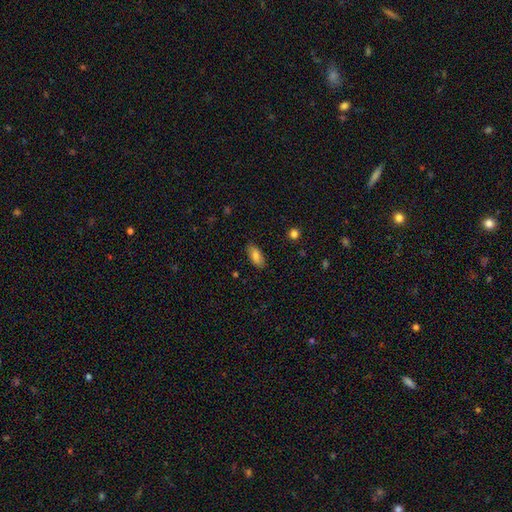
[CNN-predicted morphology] Overall: smooth (79%). How rounded: in between (89%). Merging: none (85%).